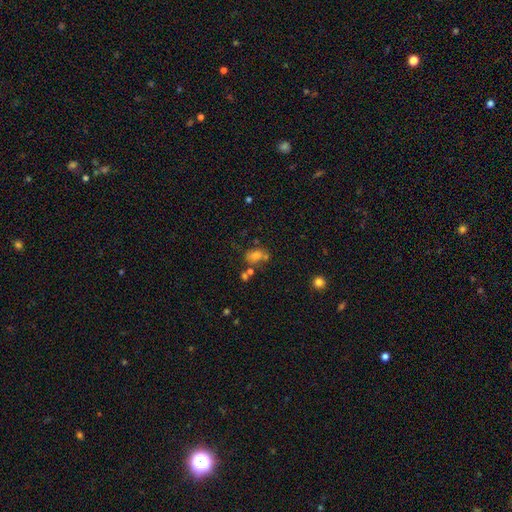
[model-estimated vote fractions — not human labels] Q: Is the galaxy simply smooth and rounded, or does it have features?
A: smooth — 69%.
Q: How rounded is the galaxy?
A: in between — 59%.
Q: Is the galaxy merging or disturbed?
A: none — 54%.